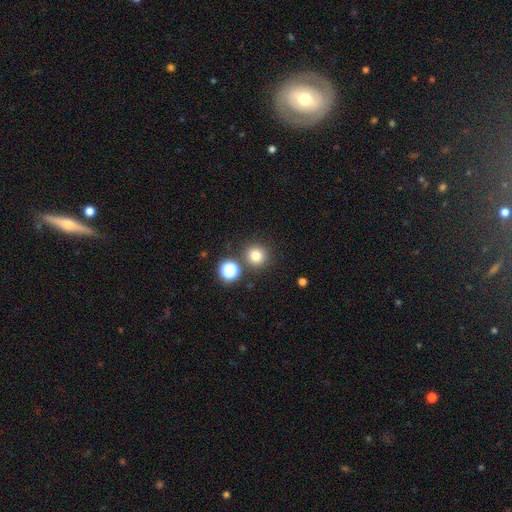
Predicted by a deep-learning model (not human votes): Morphology: type=smooth (78%); roundness=round (93%); merging=none (82%).